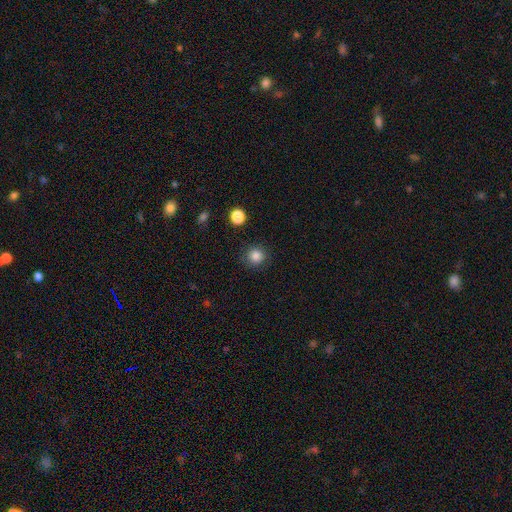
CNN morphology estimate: This appears to be a smooth galaxy with no disk features (85%) that is round (93%). Merging: none (88%).